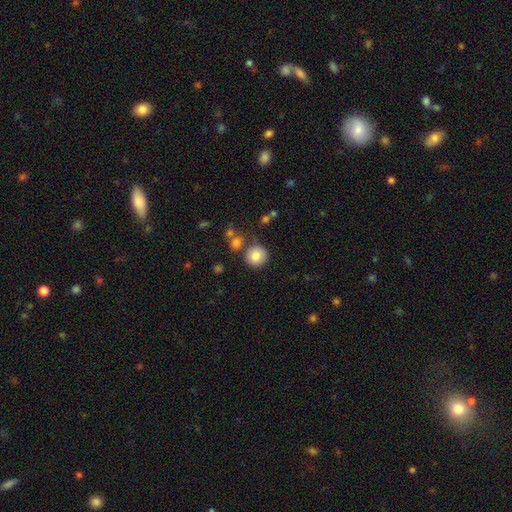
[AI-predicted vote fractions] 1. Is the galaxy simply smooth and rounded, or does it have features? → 83% smooth, 9% star or artifact, 7% featured or disk.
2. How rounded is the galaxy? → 92% round, 7% in between, 1% cigar-shaped.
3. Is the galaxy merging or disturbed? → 79% none, 10% minor disturbance, 8% merger, 3% major disturbance.